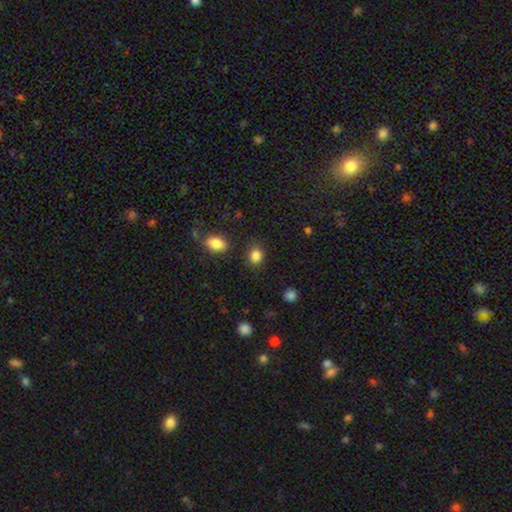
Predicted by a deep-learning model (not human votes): This is clearly a smooth galaxy (86%). How rounded: possibly round (50%). Merging: clearly none (81%).